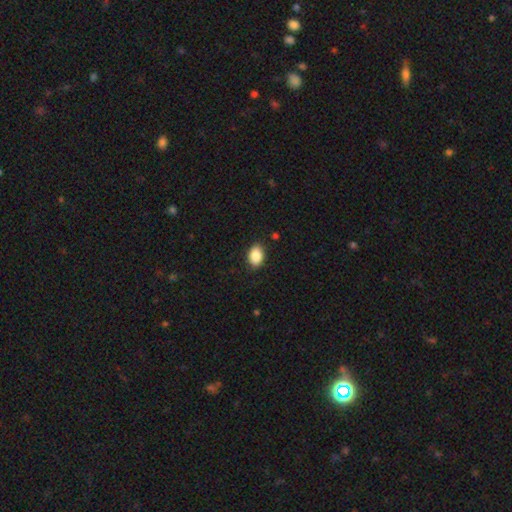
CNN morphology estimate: Q: Smooth or featured?
A: smooth (88%); runner-up: star or artifact (8%)
Q: How rounded?
A: in between (82%); runner-up: round (17%)
Q: Merging?
A: none (88%); runner-up: minor disturbance (9%)